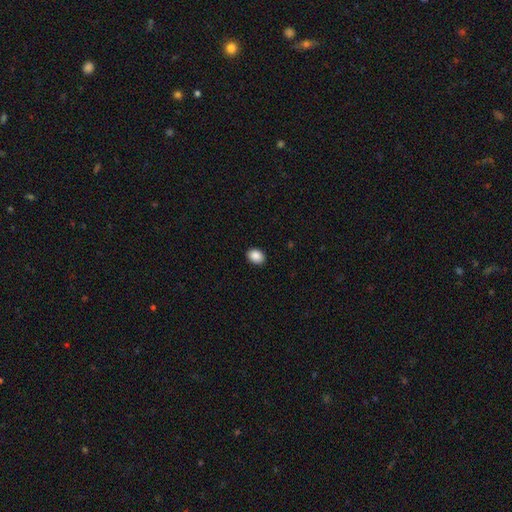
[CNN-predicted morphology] smooth 89%, star or artifact 8%, featured or disk 3%. Down the decision tree: how rounded — in between (59%); merging — none (91%).